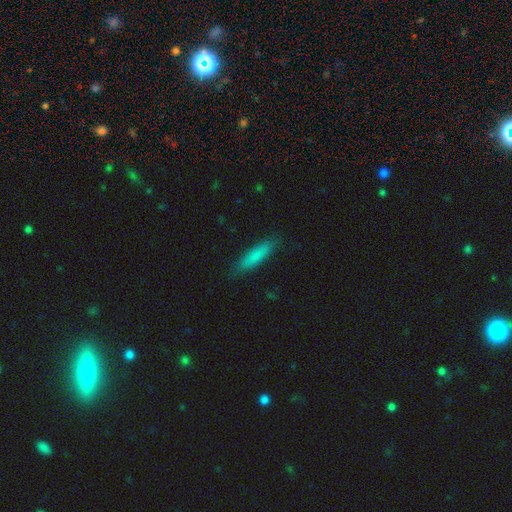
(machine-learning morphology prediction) smooth-or-featured: smooth: 80% | featured or disk: 14% | star or artifact: 6%
  how-rounded: cigar-shaped: 80% | in between: 19% | round: 1%
  merging: none: 86% | minor disturbance: 11% | major disturbance: 2% | merger: 1%